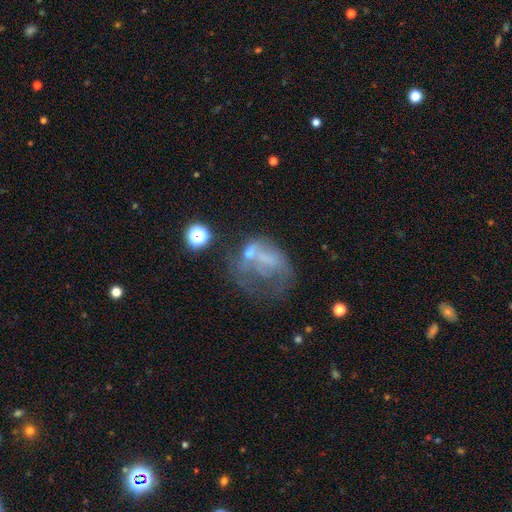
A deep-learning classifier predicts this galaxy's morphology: Smooth or featured: featured or disk — 52% (smooth — 30%)
Edge-on disk: no — 97% (yes — 3%)
Bar: no — 82% (weak — 14%)
Spiral arms: no — 84% (yes — 16%)
Bulge size: none — 61% (small — 20%)
Merging: major disturbance — 41% (none — 26%)